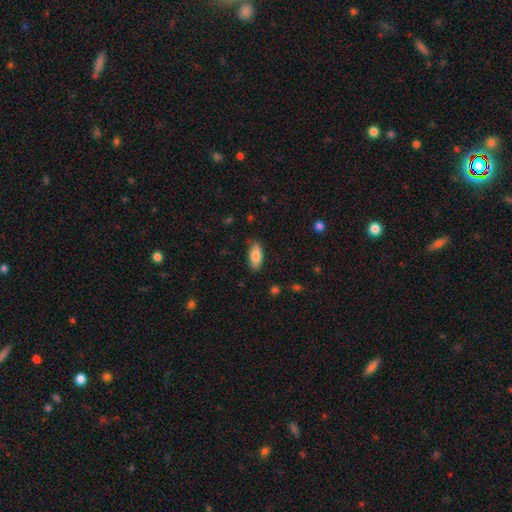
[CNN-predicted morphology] The model was most divided on "merging": none: 82%, minor disturbance: 14%, major disturbance: 3%, merger: 1%. More confident: how rounded — in between (87%); smooth or featured — smooth (82%).